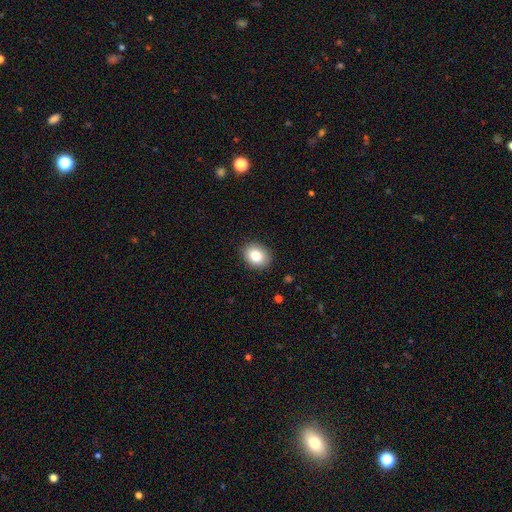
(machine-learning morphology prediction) The model was most divided on "how rounded": in between: 51%, round: 49%, cigar-shaped: 1%. More confident: merging — none (89%); smooth or featured — smooth (83%).